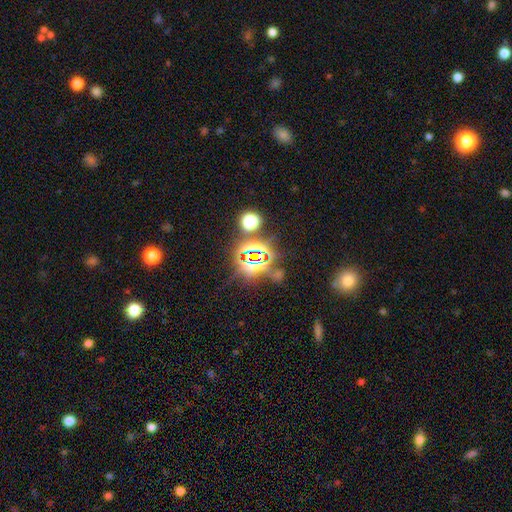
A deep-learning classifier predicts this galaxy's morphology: smooth_or_featured: star or artifact (p=0.73) [alt: smooth p=0.17]